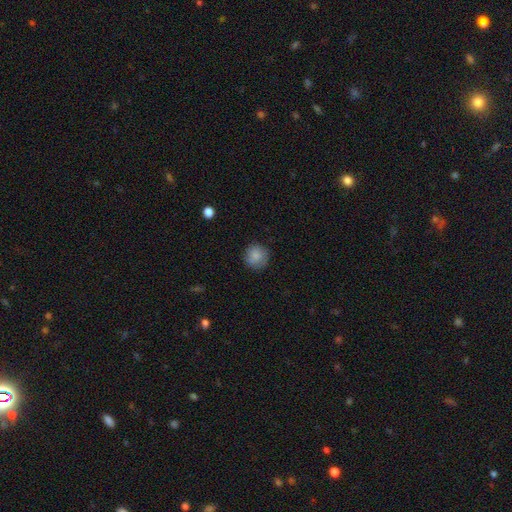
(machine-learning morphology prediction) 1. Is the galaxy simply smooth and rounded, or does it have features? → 85% smooth, 8% star or artifact, 6% featured or disk.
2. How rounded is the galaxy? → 92% round, 7% in between, 1% cigar-shaped.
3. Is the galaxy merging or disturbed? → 83% none, 12% minor disturbance, 3% major disturbance, 1% merger.